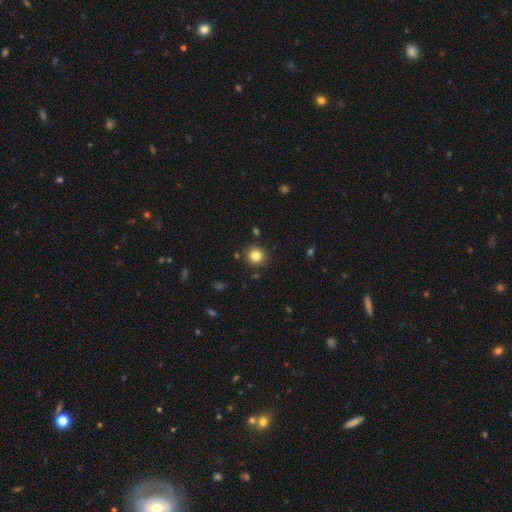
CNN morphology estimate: type=smooth (82%); roundness=round (93%); merging=none (89%).